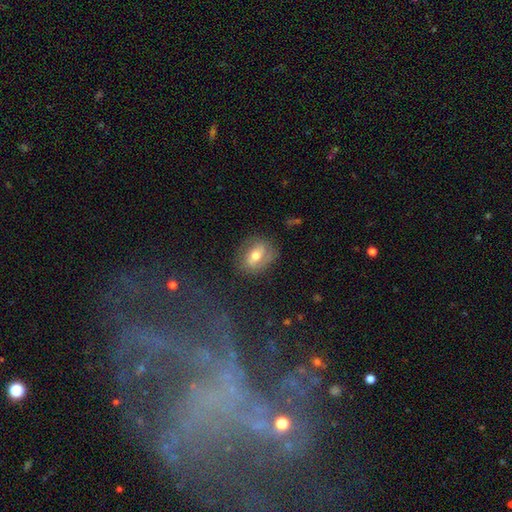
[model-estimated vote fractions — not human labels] The model was most divided on "smooth or featured": featured or disk: 49%, smooth: 41%, star or artifact: 10%. More confident: merging — none (73%).